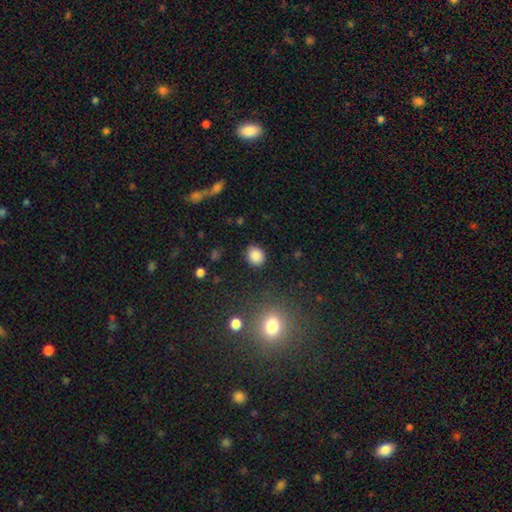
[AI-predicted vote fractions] This appears to be a smooth galaxy with no disk features (86%) that is round (72%). Merging: none (86%).